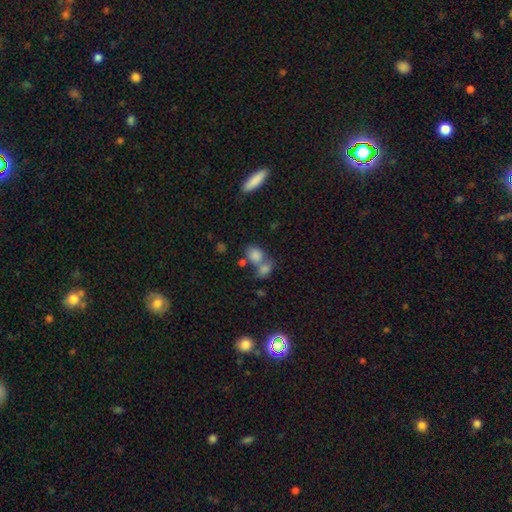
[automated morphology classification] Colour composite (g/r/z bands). It shows a smooth galaxy with no disk features (77%) that is in between round and cigar-shaped (54%). Merging: merger (47%).